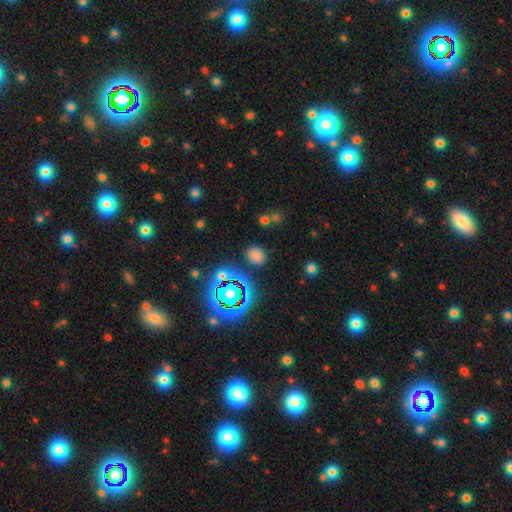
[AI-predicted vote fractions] A smooth galaxy with no disk features (68%) that is round (54%). Merging: none (82%).